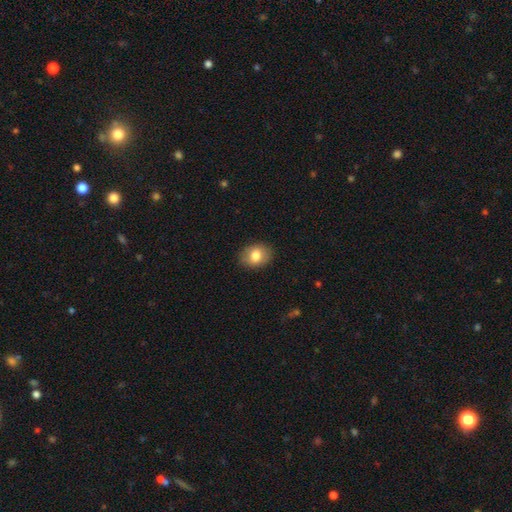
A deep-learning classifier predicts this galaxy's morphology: smooth_or_featured: smooth (p=0.80) [alt: featured or disk p=0.12]
how_rounded: in between (p=0.62) [alt: round p=0.37]
merging: none (p=0.87) [alt: minor disturbance p=0.09]